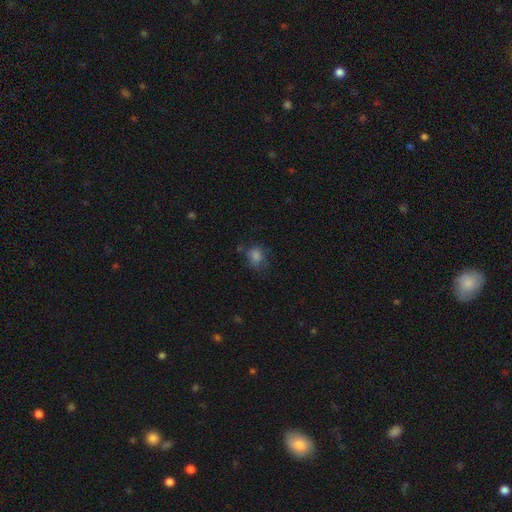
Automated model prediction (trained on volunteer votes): A smooth galaxy with no disk features (76%) that is round (53%).

Vote fractions:
- Smooth or featured? smooth: 76% / star or artifact: 14% / featured or disk: 11%
- How rounded? round: 53% / in between: 45% / cigar-shaped: 1%
- Merging? none: 55% / minor disturbance: 26% / major disturbance: 15% / merger: 4%